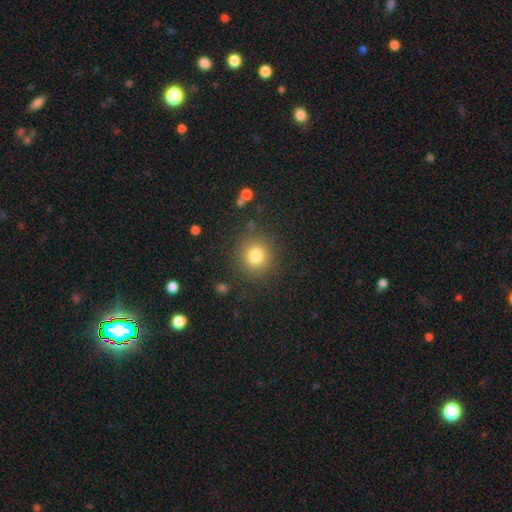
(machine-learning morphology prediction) This appears to be a smooth galaxy with no disk features (80%) that is round (91%). Merging: none (86%).